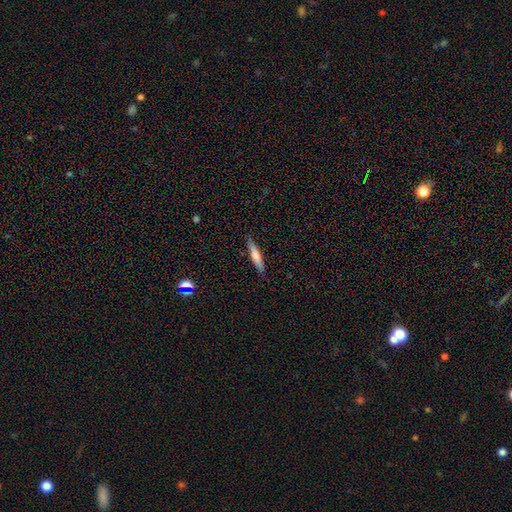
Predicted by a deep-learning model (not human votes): smooth 64%, featured or disk 30%, star or artifact 6%. Down the decision tree: how rounded — cigar-shaped (88%); merging — none (88%).